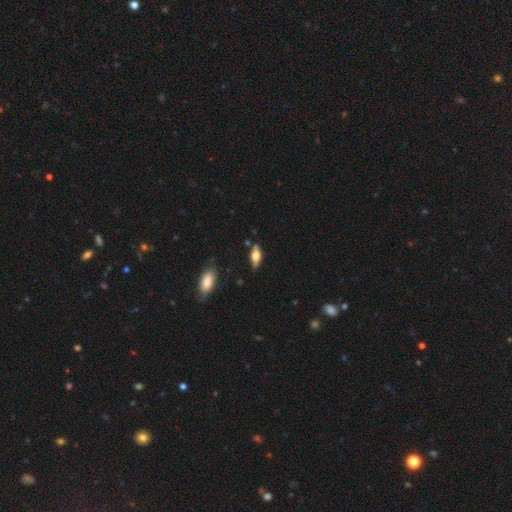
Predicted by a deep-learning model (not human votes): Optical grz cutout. It shows a smooth galaxy with no disk features (54%) that is in between round and cigar-shaped (72%). Merging: none (80%).